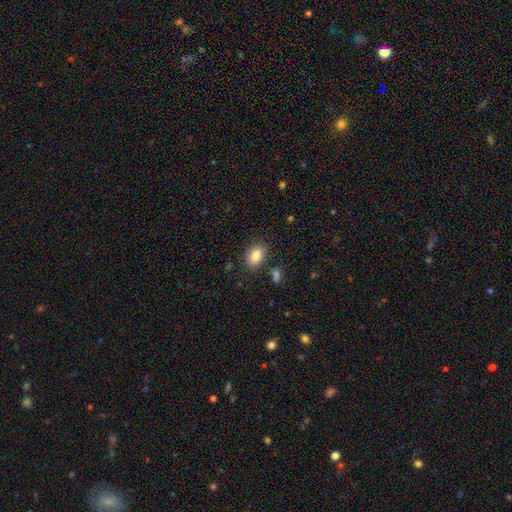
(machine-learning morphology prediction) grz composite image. It shows a smooth galaxy with no disk features (85%) that is in between round and cigar-shaped (83%). Merging: none (82%).